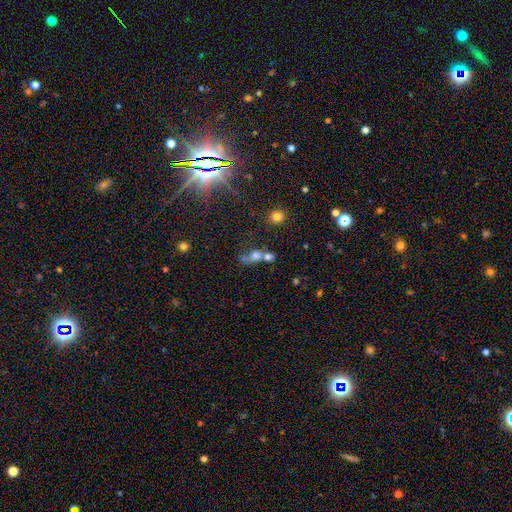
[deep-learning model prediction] Smooth or featured? Predicted: smooth (p=0.61). How rounded? Predicted: round (p=0.49). Merging? Predicted: merger (p=0.56).